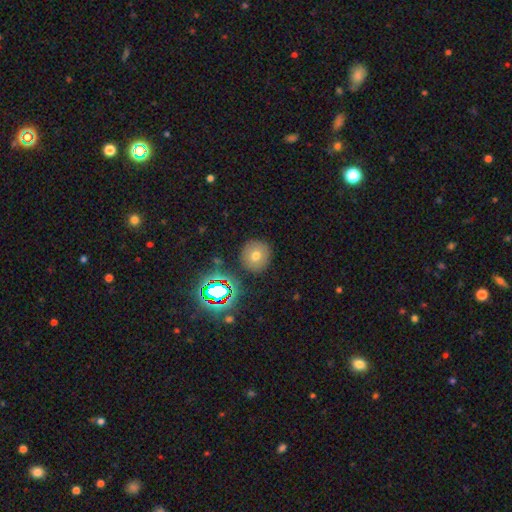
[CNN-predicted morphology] type=smooth (66%); roundness=round (92%); merging=none (87%).